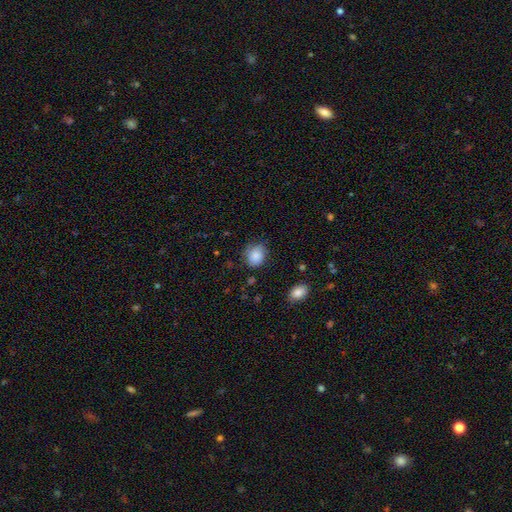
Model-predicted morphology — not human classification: Smooth or featured?
  - smooth: 83% *
  - featured or disk: 9%
  - star or artifact: 8%
How rounded?
  - round: 67% *
  - in between: 32%
  - cigar-shaped: 1%
Merging?
  - none: 71% *
  - minor disturbance: 22%
  - major disturbance: 5%
  - merger: 2%